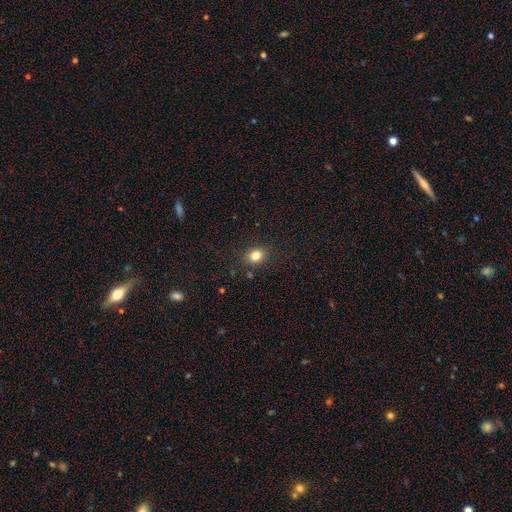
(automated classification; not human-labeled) smooth 82%, star or artifact 12%, featured or disk 6%. Down the decision tree: how rounded — round (56%); merging — none (87%).